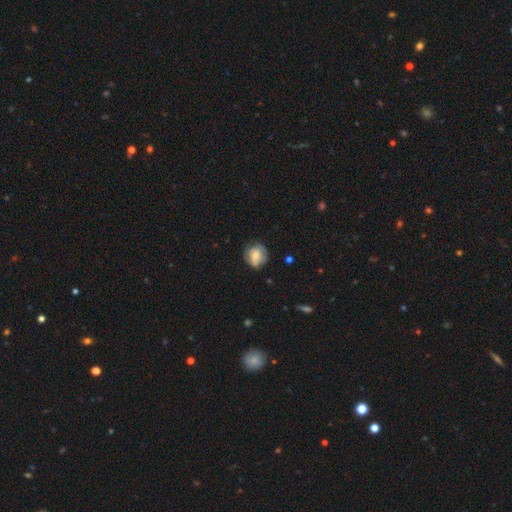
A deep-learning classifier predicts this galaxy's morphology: smooth_or_featured: smooth (p=0.58) [alt: featured or disk p=0.34]
how_rounded: round (p=0.77) [alt: in between p=0.22]
merging: none (p=0.66) [alt: minor disturbance p=0.25]